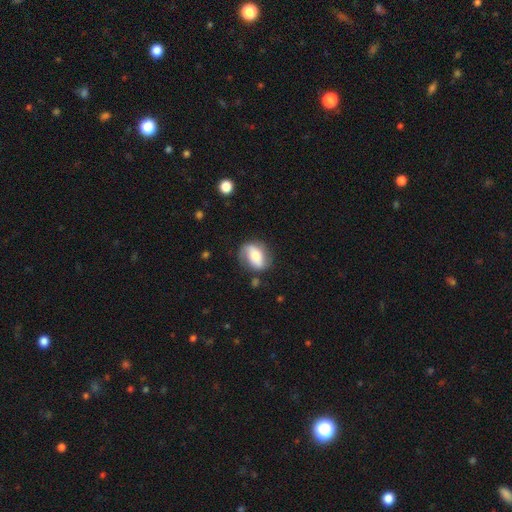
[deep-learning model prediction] This is possibly a smooth galaxy (47%). Merging: likely none (67%).